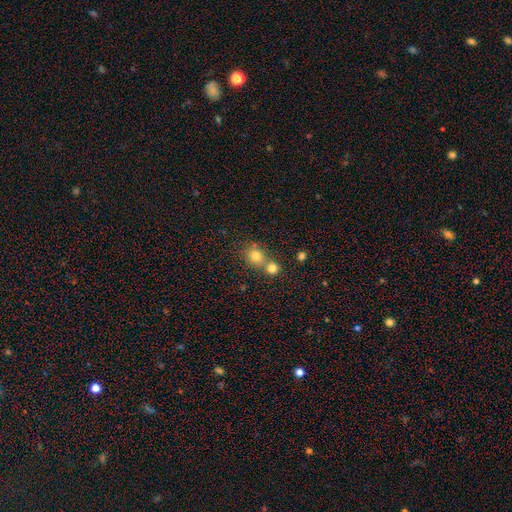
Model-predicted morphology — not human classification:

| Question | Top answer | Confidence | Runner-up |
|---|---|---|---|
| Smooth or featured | smooth | 77% | star or artifact (14%) |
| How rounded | round | 82% | in between (17%) |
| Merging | none | 47% | merger (43%) |